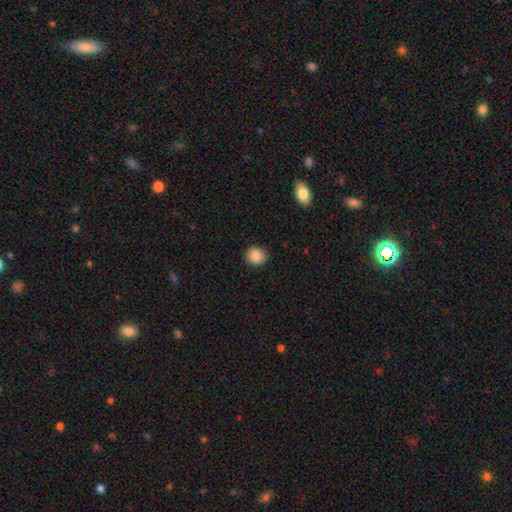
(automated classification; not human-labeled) Q: Smooth or featured?
A: smooth (85%); runner-up: star or artifact (9%)
Q: How rounded?
A: round (80%); runner-up: in between (19%)
Q: Merging?
A: none (88%); runner-up: minor disturbance (9%)